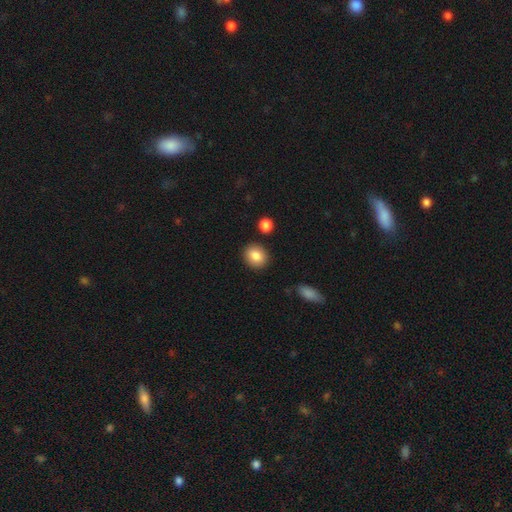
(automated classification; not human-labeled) smooth 87%, star or artifact 8%, featured or disk 6%. Down the decision tree: how rounded — round (65%); merging — none (87%).